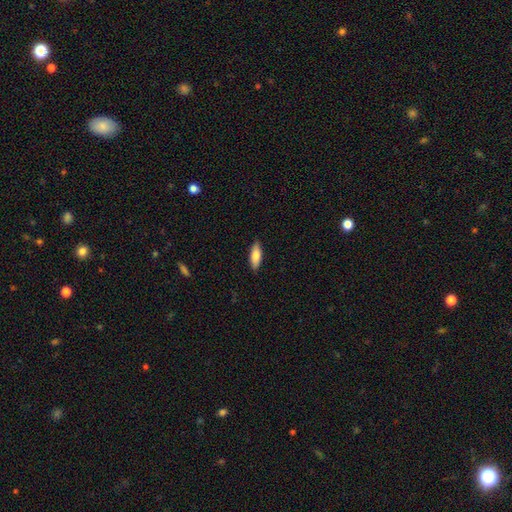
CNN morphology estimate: A smooth galaxy with no disk features (77%) that is in between round and cigar-shaped (64%). Merging: none (87%).